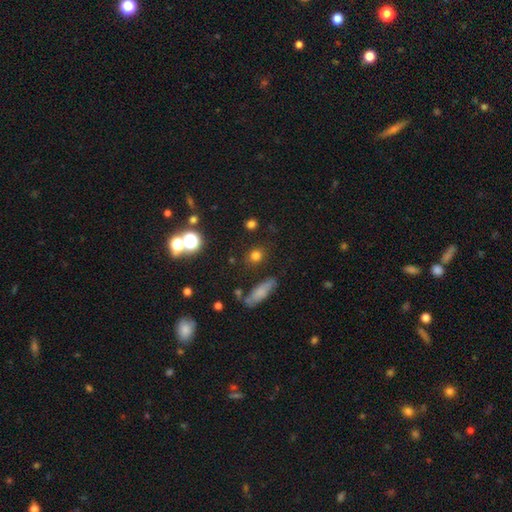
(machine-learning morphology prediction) type=smooth (75%); roundness=round (76%); merging=none (82%).